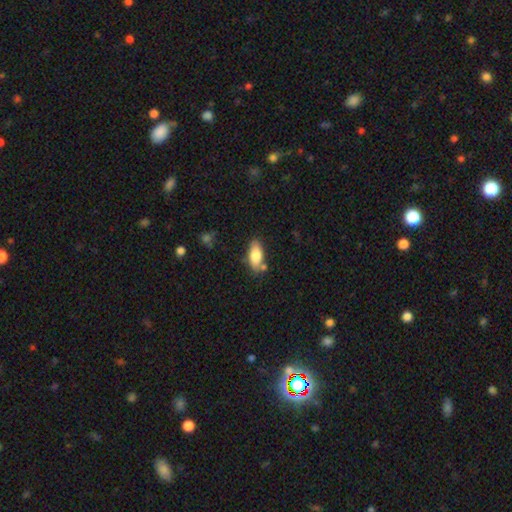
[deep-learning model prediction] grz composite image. It shows a smooth galaxy with no disk features (81%) that is in between round and cigar-shaped (85%). Merging: none (70%).